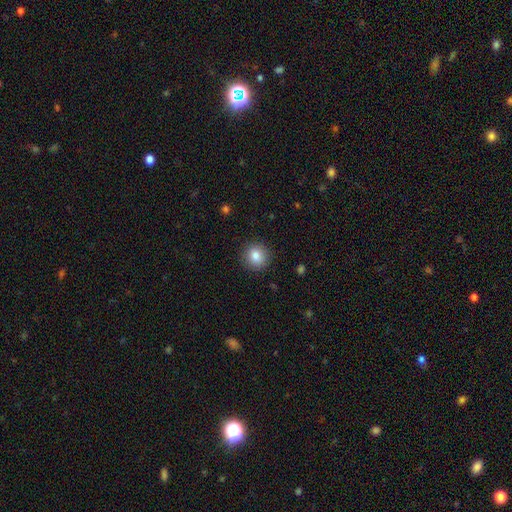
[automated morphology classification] smooth_or_featured: smooth (p=0.84) [alt: star or artifact p=0.09]
how_rounded: round (p=0.92) [alt: in between p=0.07]
merging: none (p=0.90) [alt: minor disturbance p=0.06]